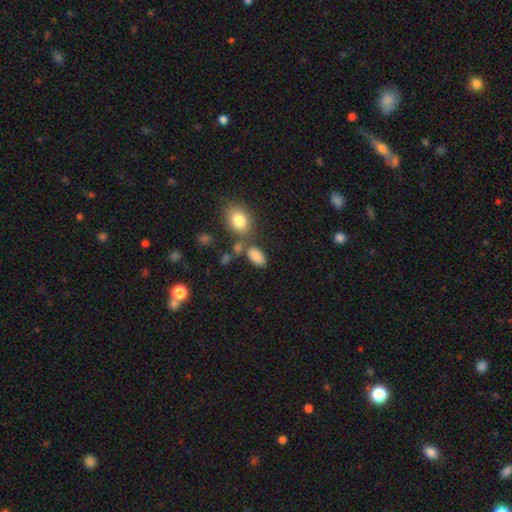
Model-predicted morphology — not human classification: This appears to be a smooth galaxy with no disk features (84%) that is in between round and cigar-shaped (91%). Merging: none (62%).